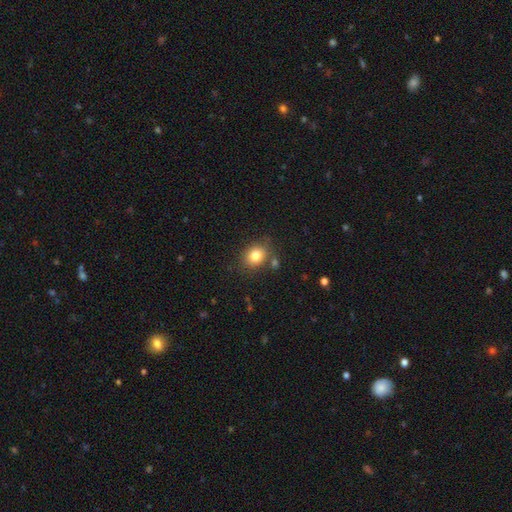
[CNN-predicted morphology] Q: Smooth or featured?
A: smooth (81%); runner-up: star or artifact (10%)
Q: How rounded?
A: round (55%); runner-up: in between (44%)
Q: Merging?
A: none (76%); runner-up: minor disturbance (12%)